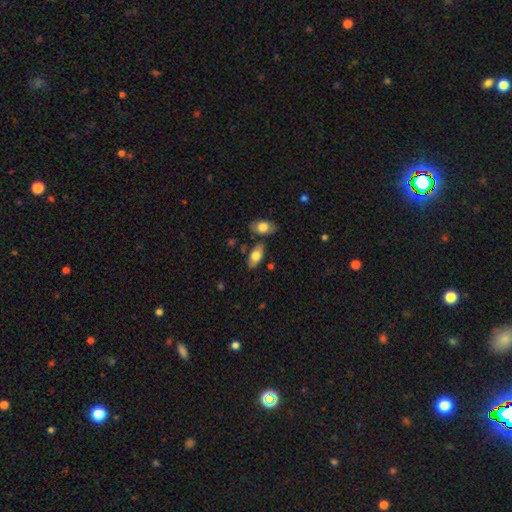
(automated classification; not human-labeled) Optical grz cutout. It shows a smooth galaxy with no disk features (72%) that is in between round and cigar-shaped (91%). Merging: none (73%).